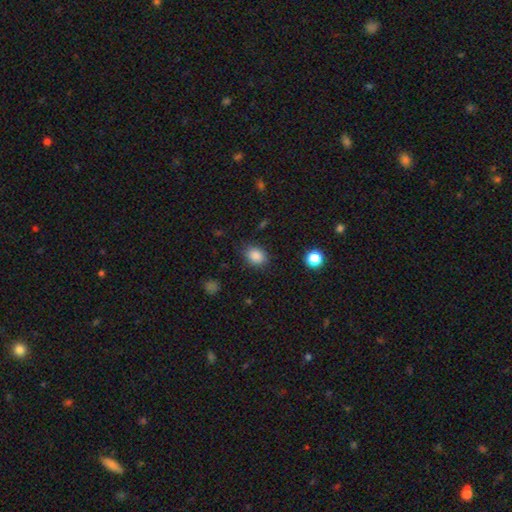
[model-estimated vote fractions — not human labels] Q: Smooth or featured?
A: smooth (86%); runner-up: star or artifact (10%)
Q: How rounded?
A: in between (63%); runner-up: round (36%)
Q: Merging?
A: none (82%); runner-up: minor disturbance (12%)